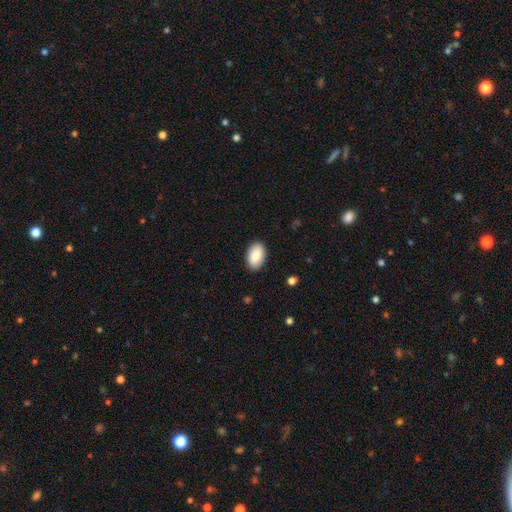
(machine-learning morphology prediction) A smooth galaxy with no disk features (85%) that is in between round and cigar-shaped (92%).

Vote fractions:
- Smooth or featured? smooth: 85% / featured or disk: 9% / star or artifact: 6%
- How rounded? in between: 92% / round: 6% / cigar-shaped: 1%
- Merging? none: 88% / minor disturbance: 9% / major disturbance: 2% / merger: 1%